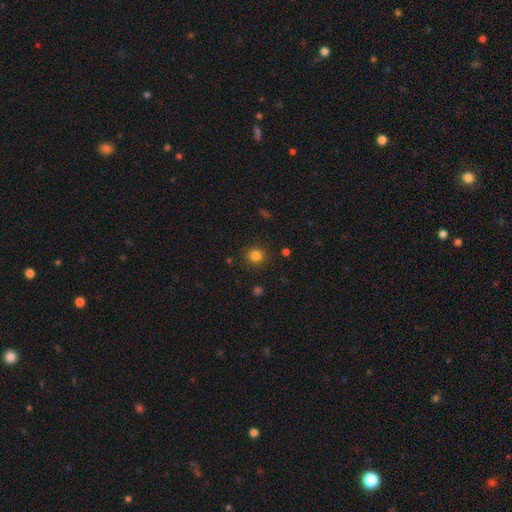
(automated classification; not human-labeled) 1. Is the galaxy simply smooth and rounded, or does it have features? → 82% smooth, 13% star or artifact, 5% featured or disk.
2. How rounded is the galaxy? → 89% round, 10% in between, 1% cigar-shaped.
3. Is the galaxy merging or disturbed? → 89% none, 7% minor disturbance, 2% major disturbance, 2% merger.